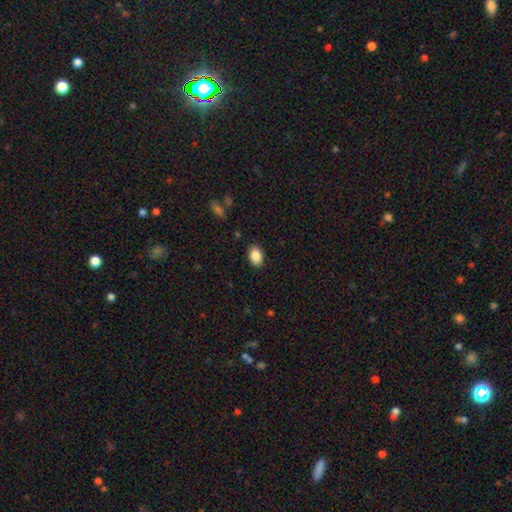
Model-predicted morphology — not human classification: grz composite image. It shows a smooth galaxy with no disk features (88%) that is in between round and cigar-shaped (85%). Merging: none (88%).